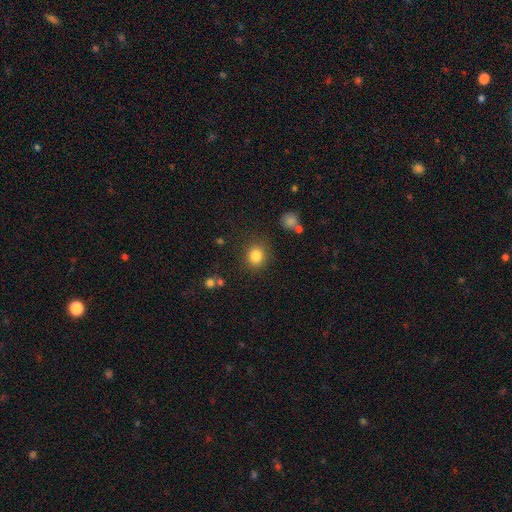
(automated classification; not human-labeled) The model was most divided on "how rounded": round: 81%, in between: 18%, cigar-shaped: 1%. More confident: merging — none (84%); smooth or featured — smooth (84%).